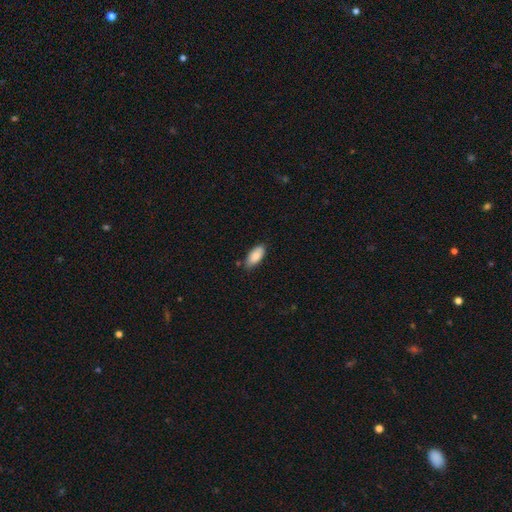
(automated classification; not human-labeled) smooth 87%, featured or disk 7%, star or artifact 6%. Down the decision tree: how rounded — in between (88%); merging — none (79%).